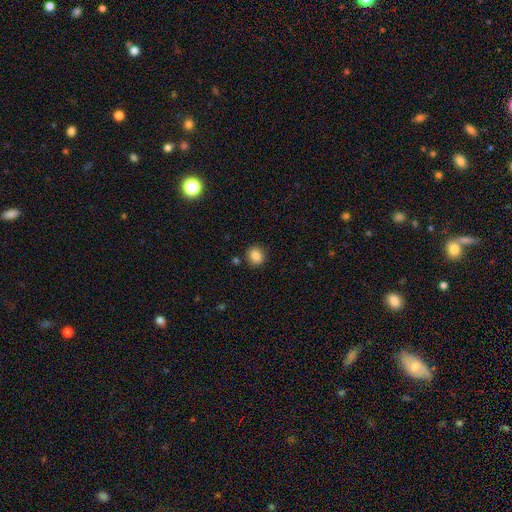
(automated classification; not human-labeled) Smooth or featured? Predicted: smooth (p=0.85). How rounded? Predicted: round (p=0.68). Merging? Predicted: none (p=0.86).